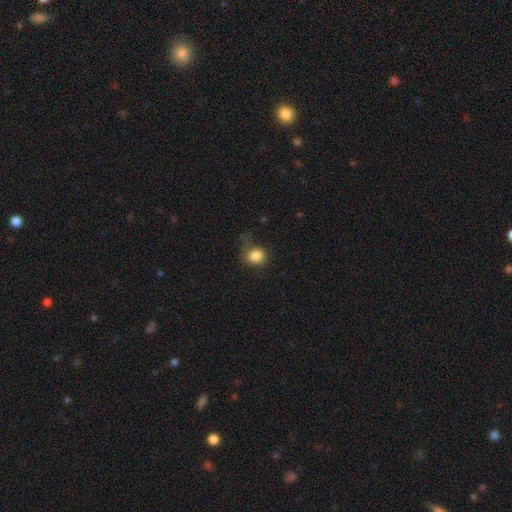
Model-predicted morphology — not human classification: type=smooth (84%); roundness=round (73%); merging=none (54%).